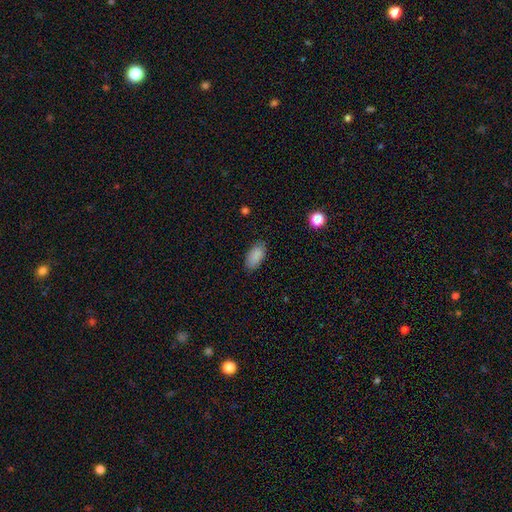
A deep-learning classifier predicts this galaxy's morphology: This is clearly a smooth galaxy (88%). How rounded: clearly in between (93%). Merging: clearly none (86%).